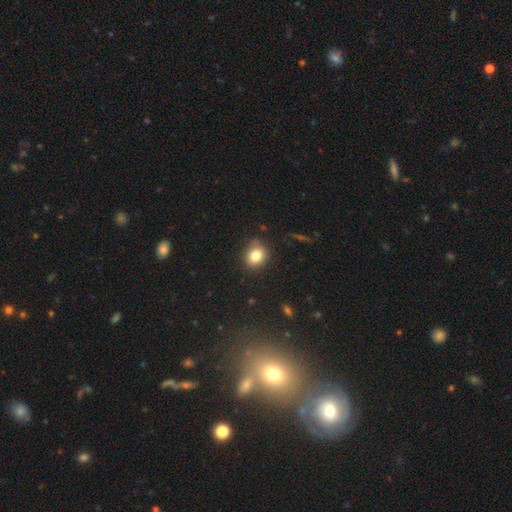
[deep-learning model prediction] Smooth or featured: smooth — 81% (star or artifact — 11%)
How rounded: round — 66% (in between — 33%)
Merging: none — 79% (minor disturbance — 16%)